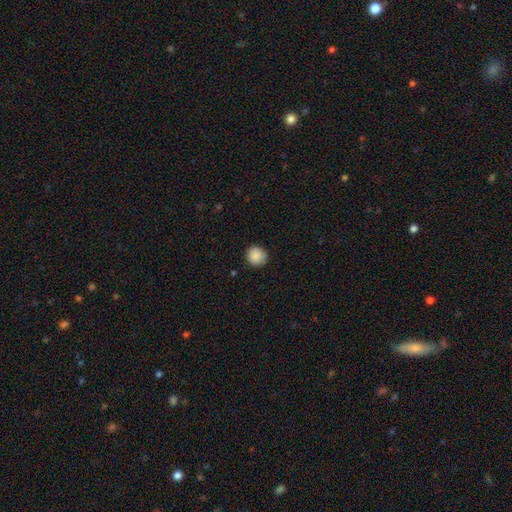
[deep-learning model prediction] This is clearly a smooth galaxy (89%). How rounded: clearly round (92%). Merging: clearly none (88%).